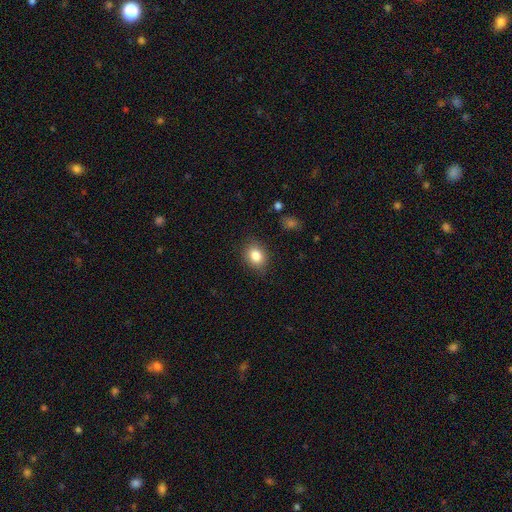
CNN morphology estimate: Smooth or featured: smooth — 84% (star or artifact — 9%)
How rounded: in between — 59% (round — 40%)
Merging: none — 83% (minor disturbance — 12%)